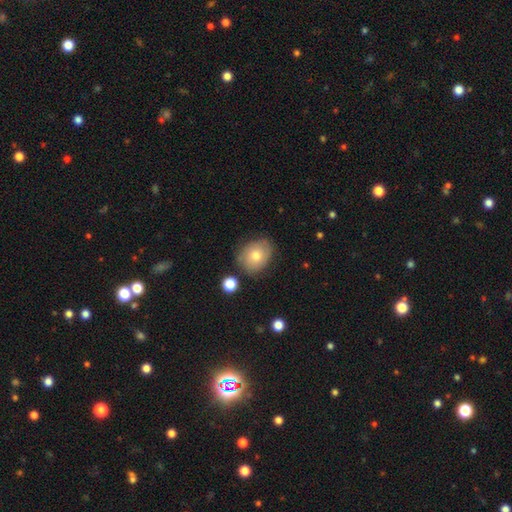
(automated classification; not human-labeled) Smooth or featured: smooth — 72% (featured or disk — 19%)
How rounded: round — 54% (in between — 45%)
Merging: none — 74% (minor disturbance — 18%)